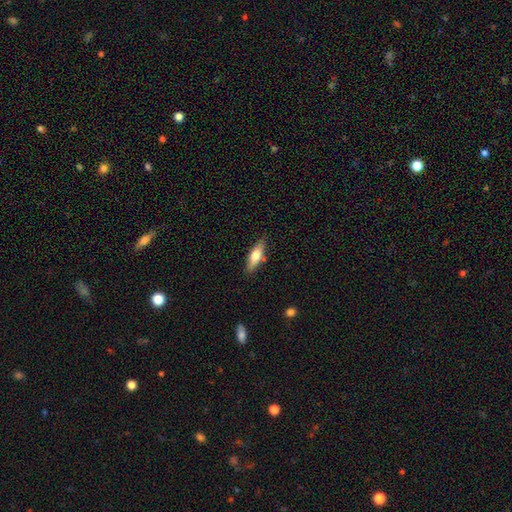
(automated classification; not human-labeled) Overall: smooth (57%; featured or disk 36%). How rounded: cigar-shaped (51%; in between 46%). Merging: none (81%).